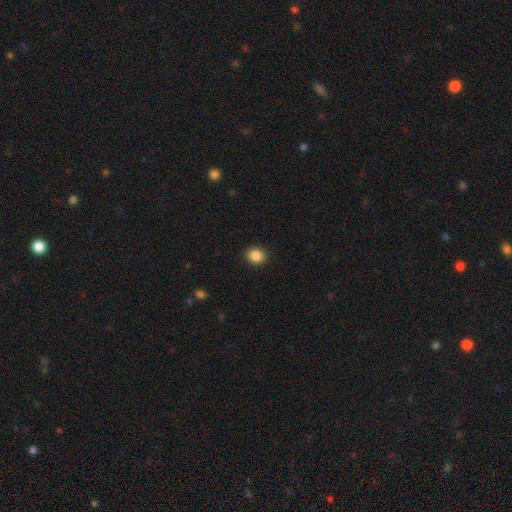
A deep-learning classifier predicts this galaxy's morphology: Smooth or featured? smooth (87%)
How rounded? round (62%)
Merging? none (91%)